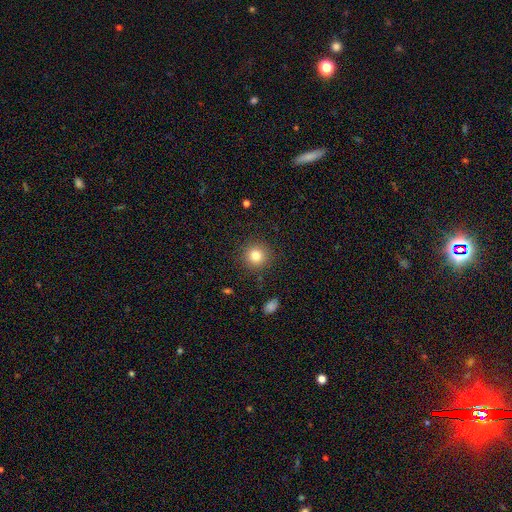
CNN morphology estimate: type=smooth (81%); roundness=round (94%); merging=none (90%).